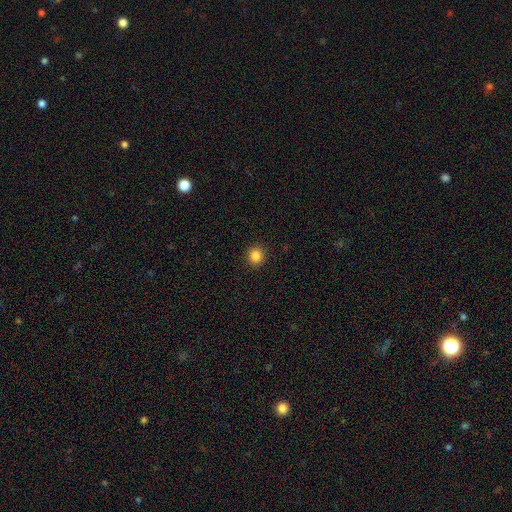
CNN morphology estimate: This appears to be a smooth galaxy with no disk features (84%) that is round (92%). Merging: none (92%).